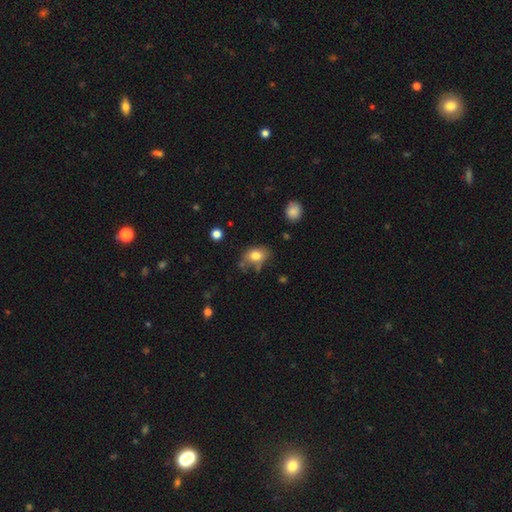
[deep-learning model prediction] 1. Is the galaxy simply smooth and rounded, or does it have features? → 79% smooth, 11% featured or disk, 10% star or artifact.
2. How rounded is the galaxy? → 72% in between, 27% round, 1% cigar-shaped.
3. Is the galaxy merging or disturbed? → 64% none, 22% minor disturbance, 7% merger, 6% major disturbance.